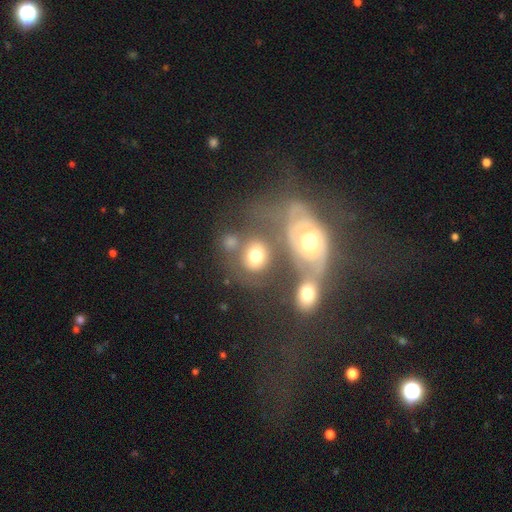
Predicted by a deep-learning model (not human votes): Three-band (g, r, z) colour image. It shows a smooth galaxy with no disk features (60%) that is round (57%). Merging: merger (39%, tied with none).